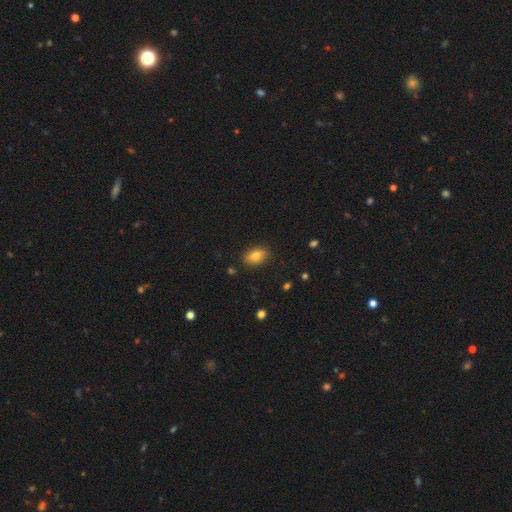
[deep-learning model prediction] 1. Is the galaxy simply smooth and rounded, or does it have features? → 80% smooth, 11% featured or disk, 9% star or artifact.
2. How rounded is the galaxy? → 85% in between, 12% round, 3% cigar-shaped.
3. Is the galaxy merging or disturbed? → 84% none, 12% minor disturbance, 3% major disturbance, 1% merger.